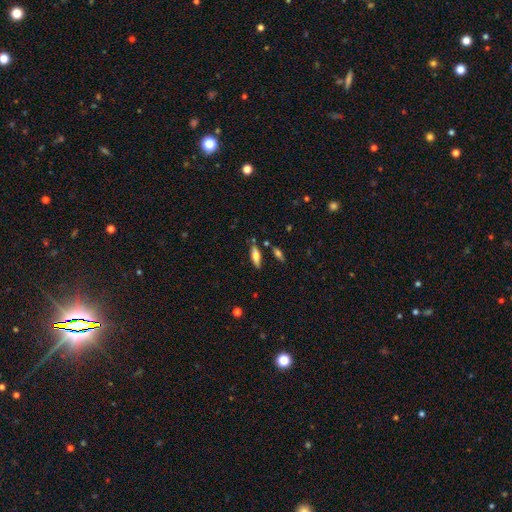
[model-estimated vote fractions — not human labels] Q: Smooth or featured?
A: smooth (62%); runner-up: featured or disk (31%)
Q: How rounded?
A: cigar-shaped (50%); runner-up: in between (48%)
Q: Merging?
A: none (78%); runner-up: minor disturbance (13%)